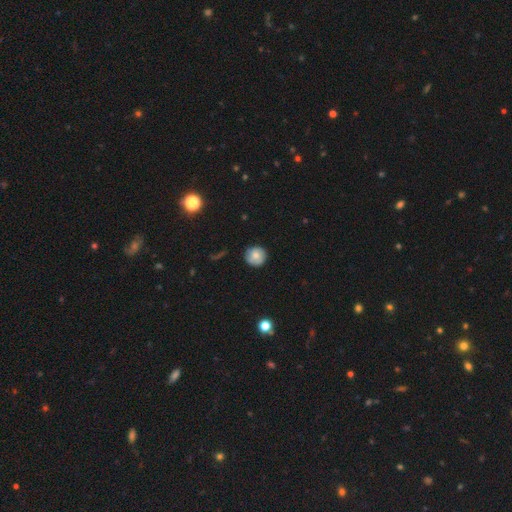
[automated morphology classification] This appears to be a smooth galaxy with no disk features (65%) that is round (92%). Merging: none (81%).